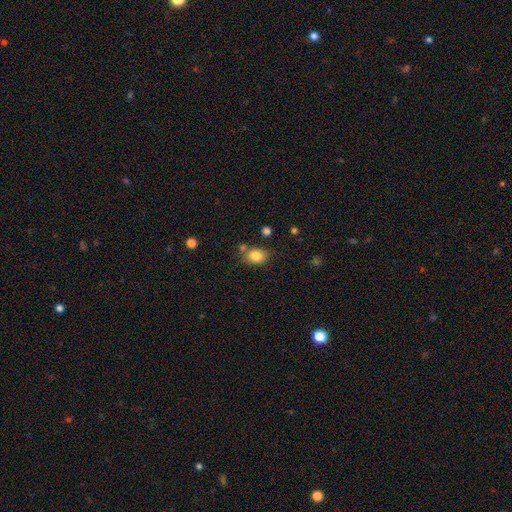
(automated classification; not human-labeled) Smooth or featured?
  - smooth: 83% *
  - star or artifact: 10%
  - featured or disk: 7%
How rounded?
  - in between: 56% *
  - round: 43%
  - cigar-shaped: 1%
Merging?
  - none: 71% *
  - minor disturbance: 14%
  - merger: 11%
  - major disturbance: 4%